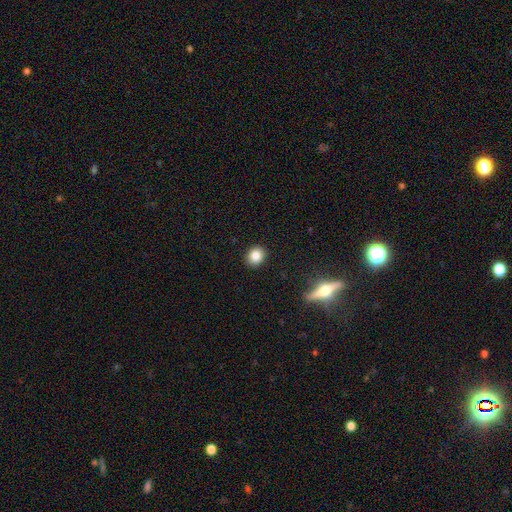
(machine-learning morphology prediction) Smooth or featured? Predicted: smooth (p=0.84). How rounded? Predicted: round (p=0.74). Merging? Predicted: none (p=0.91).